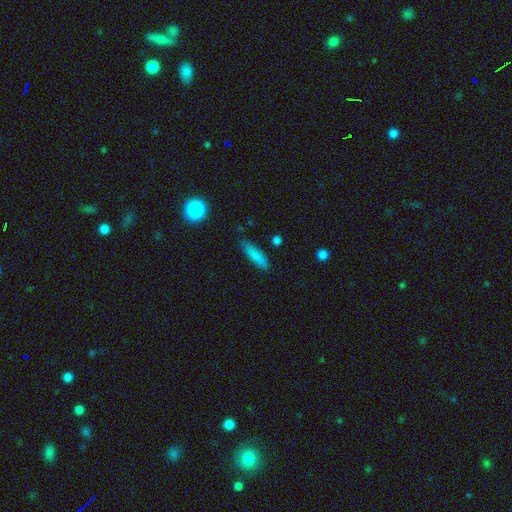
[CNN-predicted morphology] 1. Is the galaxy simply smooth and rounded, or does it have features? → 83% smooth, 9% featured or disk, 8% star or artifact.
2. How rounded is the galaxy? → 68% cigar-shaped, 30% in between, 2% round.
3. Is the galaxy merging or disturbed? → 81% none, 14% minor disturbance, 3% major disturbance, 2% merger.